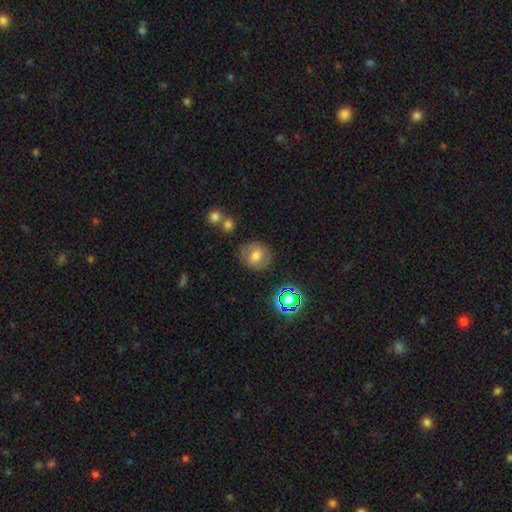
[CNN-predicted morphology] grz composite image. It shows a smooth galaxy with no disk features (55%) that is round (75%). Merging: none (79%).